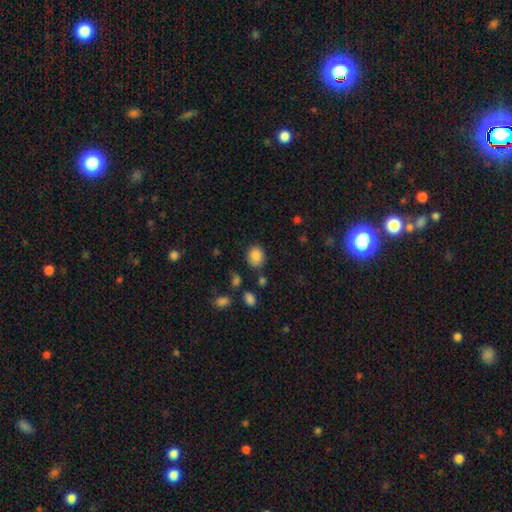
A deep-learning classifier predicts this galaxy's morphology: smooth-or-featured: smooth: 85% | star or artifact: 9% | featured or disk: 6%
  how-rounded: round: 60% | in between: 39% | cigar-shaped: 1%
  merging: none: 78% | minor disturbance: 15% | major disturbance: 4% | merger: 4%